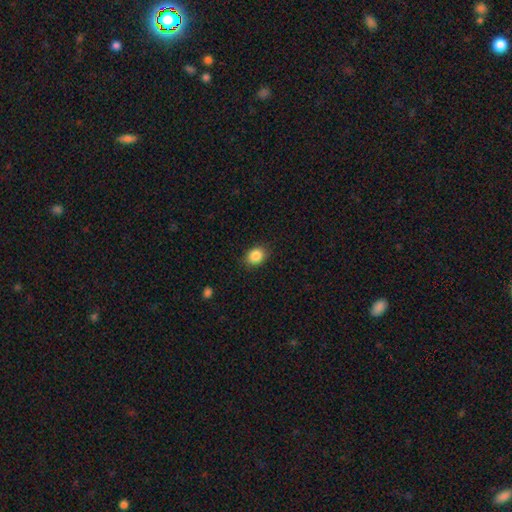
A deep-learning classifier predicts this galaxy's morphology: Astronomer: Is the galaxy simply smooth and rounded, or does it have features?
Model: smooth — 86%.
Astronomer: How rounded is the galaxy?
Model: round — 51% (runner-up: in between, 49%).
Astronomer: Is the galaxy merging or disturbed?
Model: none — 87%.